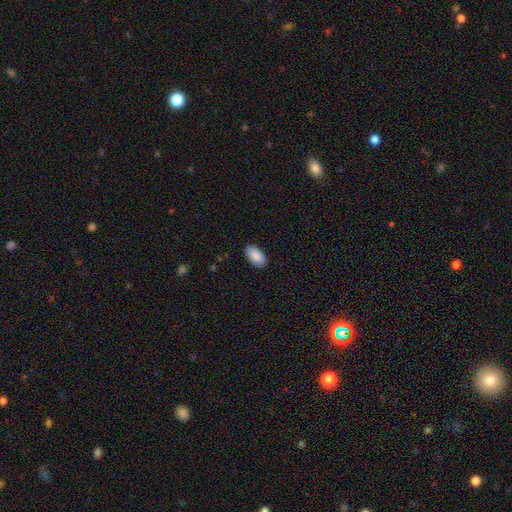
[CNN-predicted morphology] smooth 89%, star or artifact 6%, featured or disk 5%. Down the decision tree: how rounded — in between (95%); merging — none (88%).